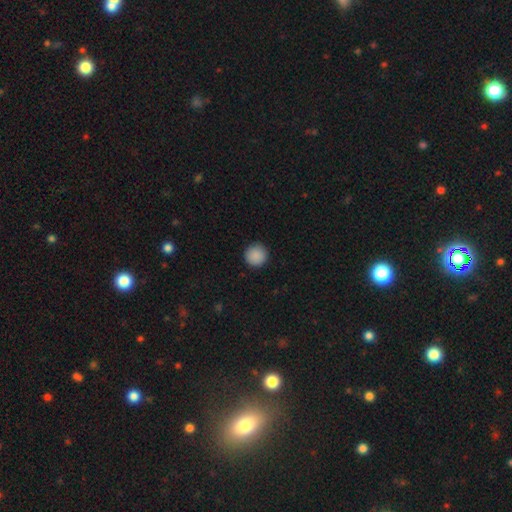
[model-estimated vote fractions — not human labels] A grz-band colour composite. It shows a smooth galaxy with no disk features (90%) that is round (96%). Merging: none (92%).